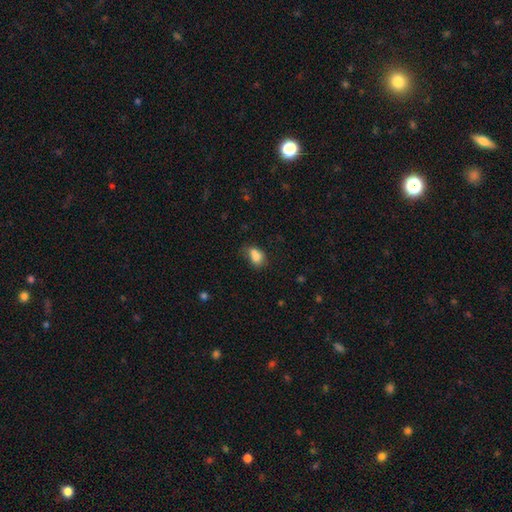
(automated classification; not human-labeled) Smooth or featured? smooth (78%)
How rounded? in between (69%)
Merging? none (35%)